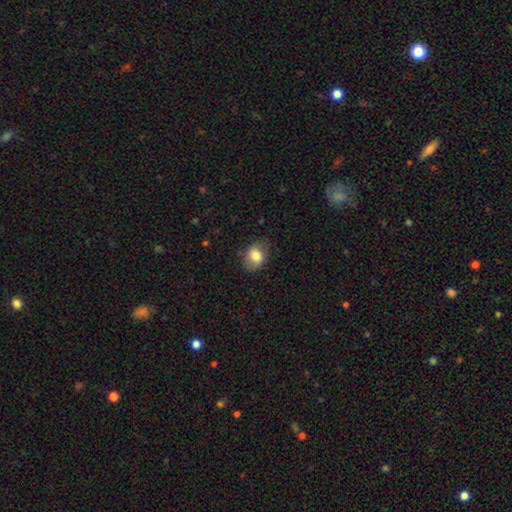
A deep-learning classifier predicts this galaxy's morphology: Smooth or featured: smooth — 78% (featured or disk — 14%)
How rounded: in between — 66% (round — 32%)
Merging: none — 70% (minor disturbance — 22%)